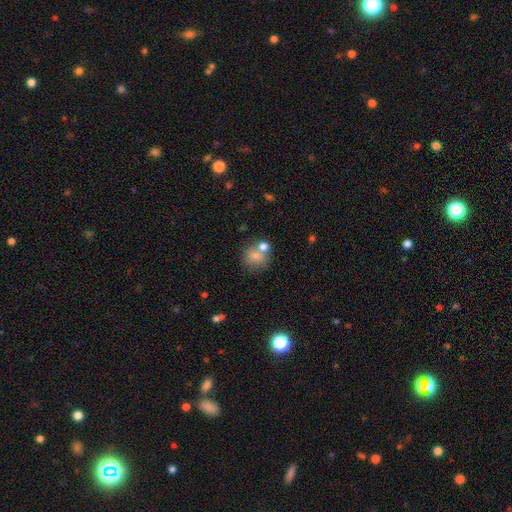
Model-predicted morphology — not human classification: This appears to be a smooth galaxy with no disk features (74%) that is round (84%). Merging: none (55%).